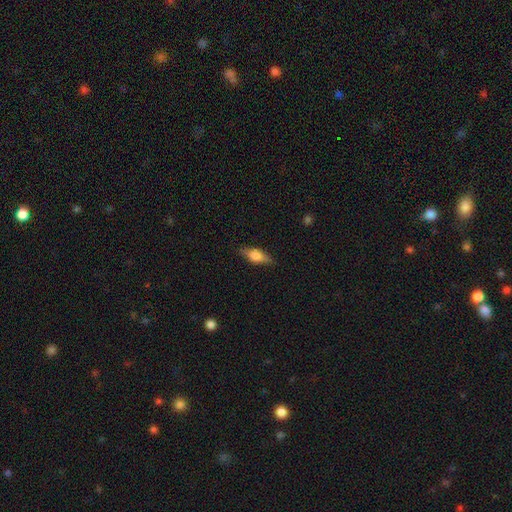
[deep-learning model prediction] Smooth or featured: smooth — 57% (featured or disk — 36%)
How rounded: in between — 68% (cigar-shaped — 28%)
Merging: none — 83% (minor disturbance — 13%)